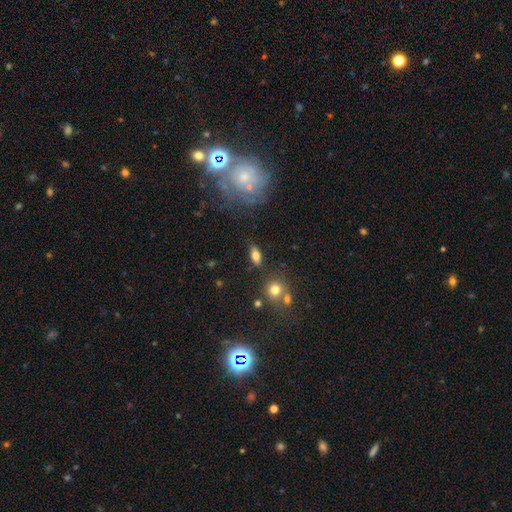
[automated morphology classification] type=smooth (76%); roundness=in between (80%); merging=none (79%).